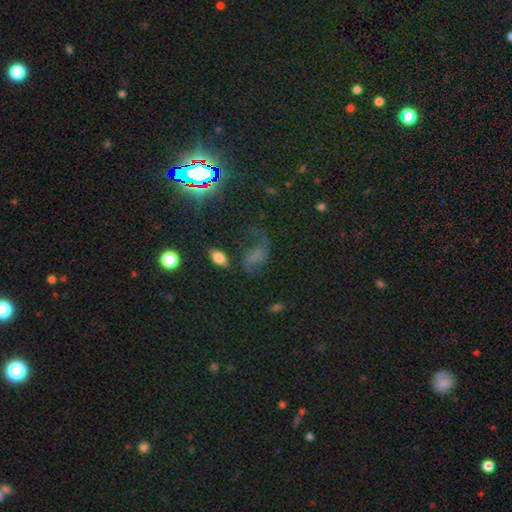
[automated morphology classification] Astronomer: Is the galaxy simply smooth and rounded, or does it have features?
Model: featured or disk — 40% (runner-up: smooth, 31%).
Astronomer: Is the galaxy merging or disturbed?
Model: none — 47% (runner-up: major disturbance, 27%).